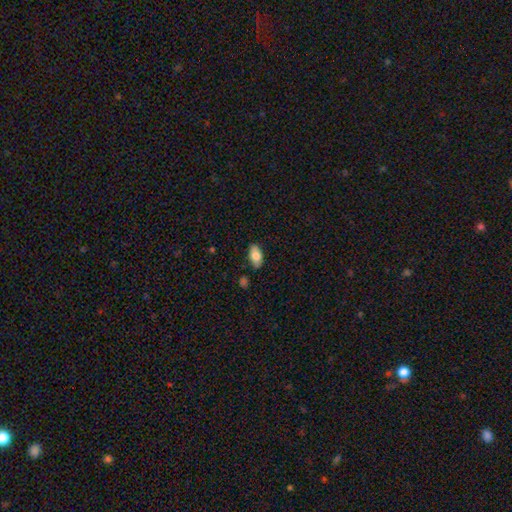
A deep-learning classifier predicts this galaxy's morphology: This is likely a smooth galaxy (79%). How rounded: clearly in between (92%). Merging: clearly none (83%).